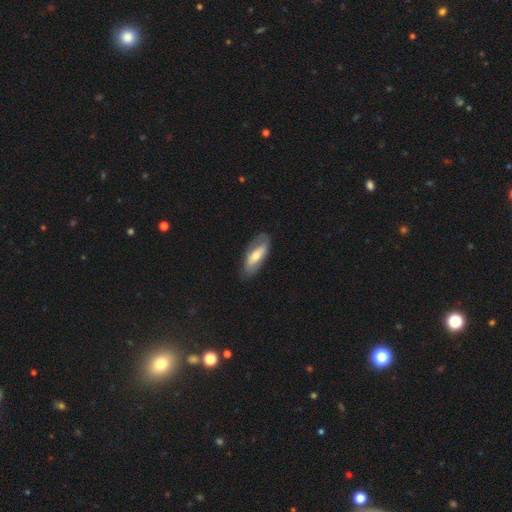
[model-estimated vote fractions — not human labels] smooth-or-featured: smooth: 55% | featured or disk: 39% | star or artifact: 6%
  how-rounded: in between: 71% | cigar-shaped: 27% | round: 2%
  merging: none: 75% | minor disturbance: 19% | major disturbance: 5% | merger: 1%